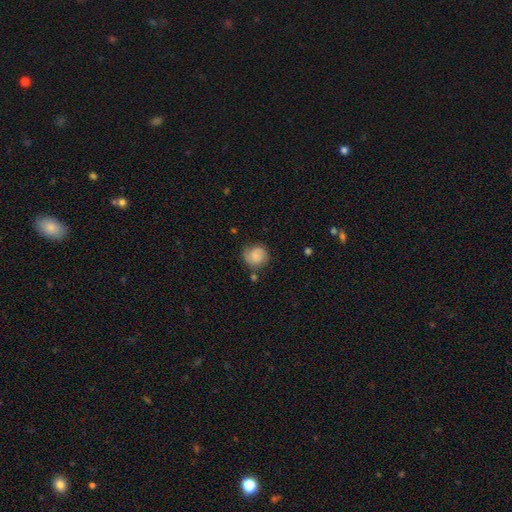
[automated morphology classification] Smooth or featured: smooth — 69% (featured or disk — 23%)
How rounded: round — 83% (in between — 16%)
Merging: none — 68% (minor disturbance — 21%)